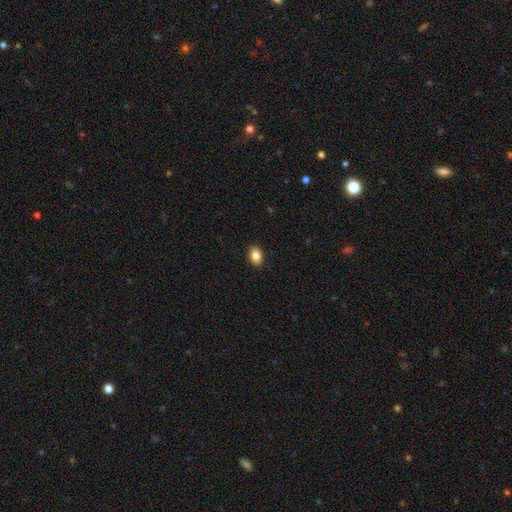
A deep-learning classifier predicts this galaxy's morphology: smooth-or-featured: smooth: 85% | star or artifact: 8% | featured or disk: 7%
  how-rounded: in between: 82% | round: 17% | cigar-shaped: 1%
  merging: none: 90% | minor disturbance: 8% | major disturbance: 2% | merger: 1%